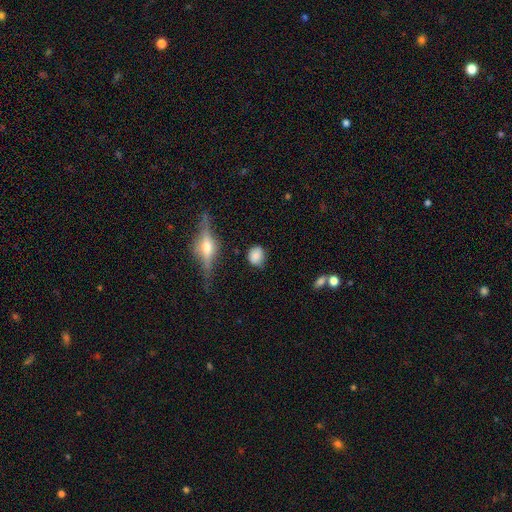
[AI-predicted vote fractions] Smooth or featured? smooth (77%)
How rounded? round (73%)
Merging? none (75%)